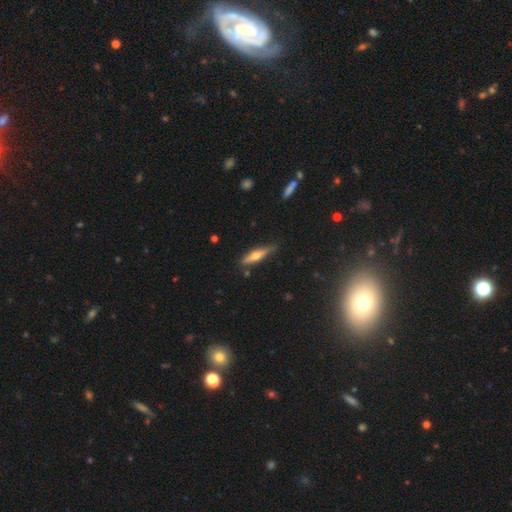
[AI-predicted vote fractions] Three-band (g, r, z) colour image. It shows a featured or disk galaxy (53%) viewed edge-on (93%). Merging: none (82%).